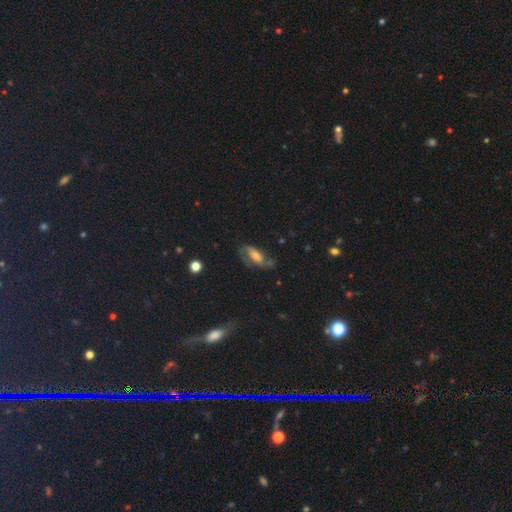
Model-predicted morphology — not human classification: smooth_or_featured: featured or disk (p=0.53) [alt: smooth p=0.35]
disk_edge_on: no (p=0.84) [alt: yes p=0.16]
merging: none (p=0.54) [alt: minor disturbance p=0.25]